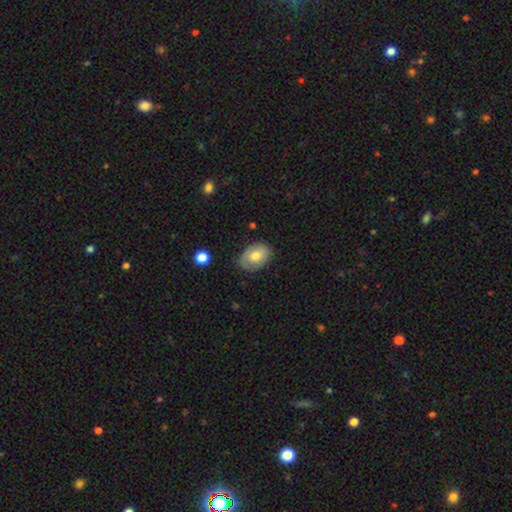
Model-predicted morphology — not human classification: type=smooth (70%); roundness=in between (82%); merging=none (71%).